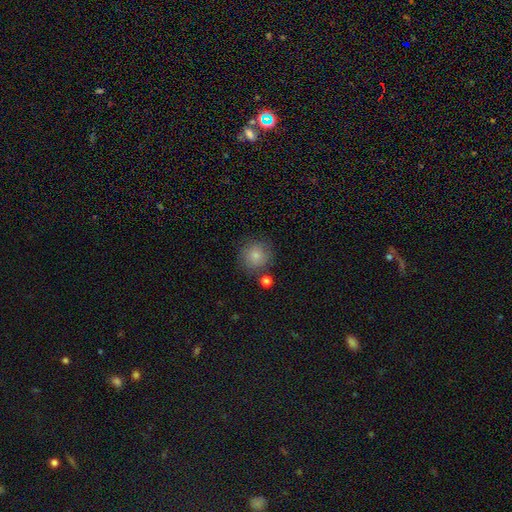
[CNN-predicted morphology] This is clearly a smooth galaxy (82%). How rounded: clearly round (93%). Merging: likely none (77%).